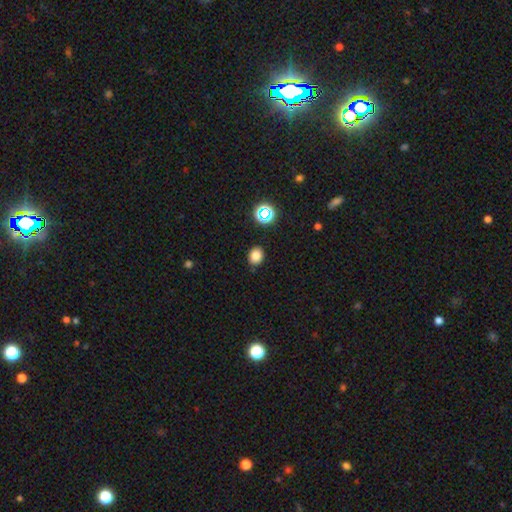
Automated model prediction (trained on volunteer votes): smooth_or_featured: smooth (p=0.79) [alt: star or artifact p=0.15]
how_rounded: round (p=0.54) [alt: in between p=0.45]
merging: none (p=0.85) [alt: minor disturbance p=0.11]